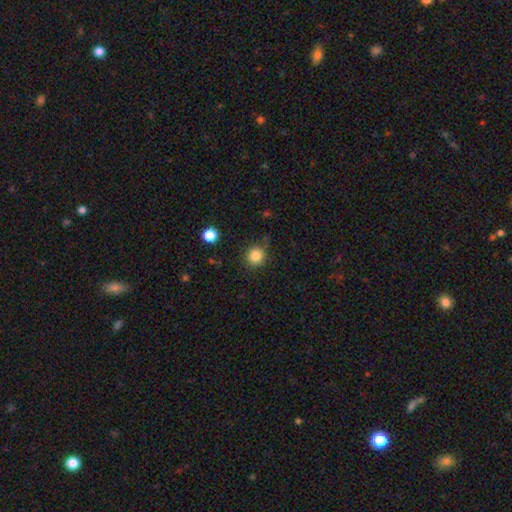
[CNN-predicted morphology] smooth-or-featured: smooth: 83% | star or artifact: 12% | featured or disk: 5%
  how-rounded: round: 91% | in between: 9% | cigar-shaped: 1%
  merging: none: 79% | minor disturbance: 15% | major disturbance: 4% | merger: 2%